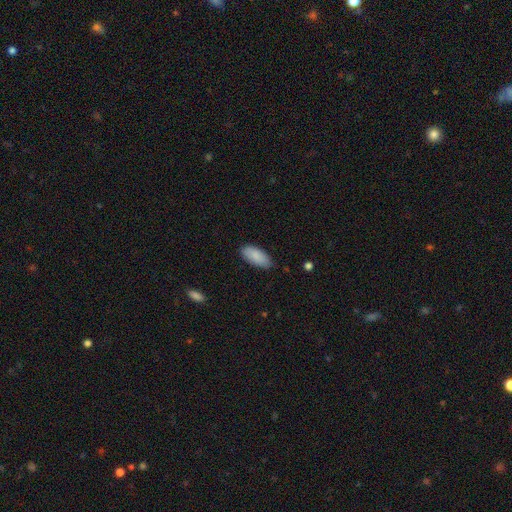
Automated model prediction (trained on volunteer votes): smooth 87%, featured or disk 6%, star or artifact 6%. Down the decision tree: how rounded — in between (90%); merging — none (83%).